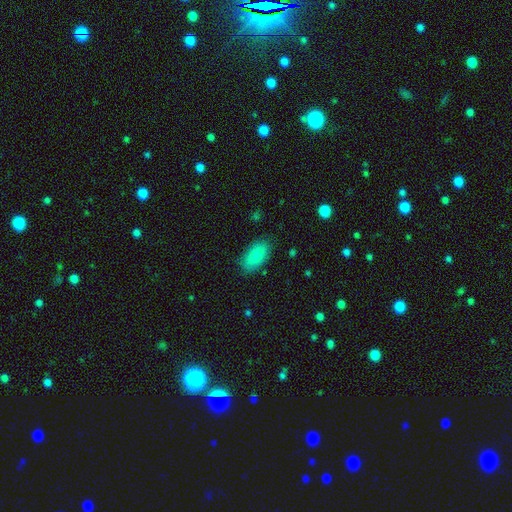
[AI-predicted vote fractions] This is clearly a smooth galaxy (81%). How rounded: clearly in between (93%). Merging: clearly none (82%).